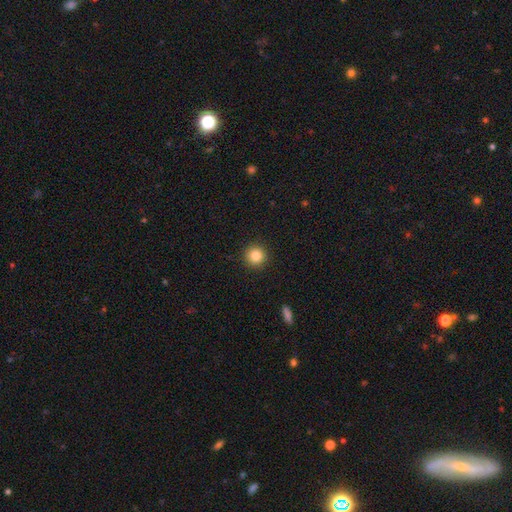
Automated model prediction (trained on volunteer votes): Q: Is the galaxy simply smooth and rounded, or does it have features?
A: smooth — 84%.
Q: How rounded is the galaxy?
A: round — 95%.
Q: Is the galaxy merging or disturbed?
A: none — 93%.